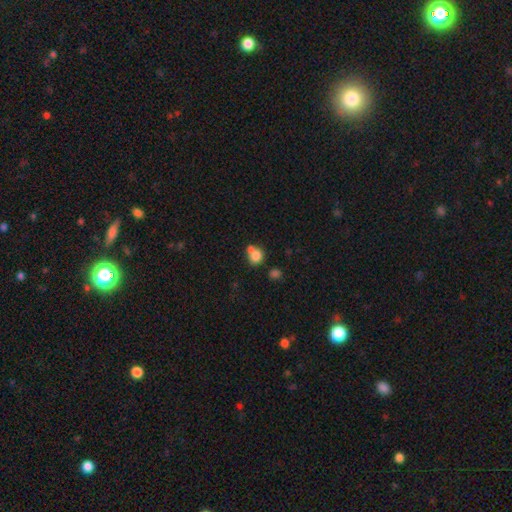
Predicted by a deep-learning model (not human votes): Overall: smooth (78%). How rounded: round (70%). Merging: merger (47%; none 38%).